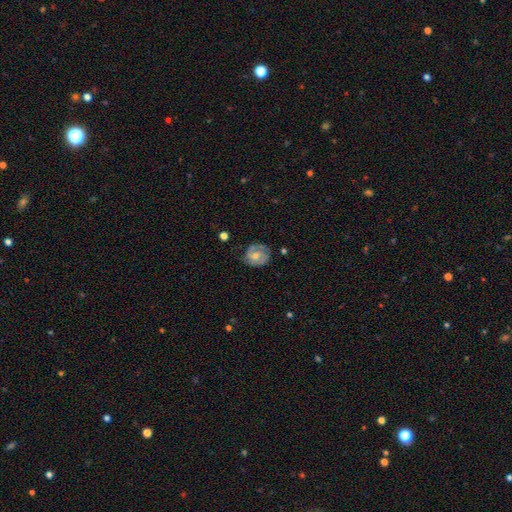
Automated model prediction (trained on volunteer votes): smooth_or_featured: featured or disk (p=0.72) [alt: smooth p=0.22]
disk_edge_on: no (p=0.98) [alt: yes p=0.02]
bar: no (p=0.58) [alt: weak p=0.36]
has_spiral_arms: yes (p=0.91) [alt: no p=0.09]
spiral_winding: tight (p=0.54) [alt: medium p=0.36]
spiral_arm_count: 2 (p=0.69) [alt: can't tell p=0.14]
bulge_size: moderate (p=0.56) [alt: small p=0.37]
merging: none (p=0.70) [alt: minor disturbance p=0.21]